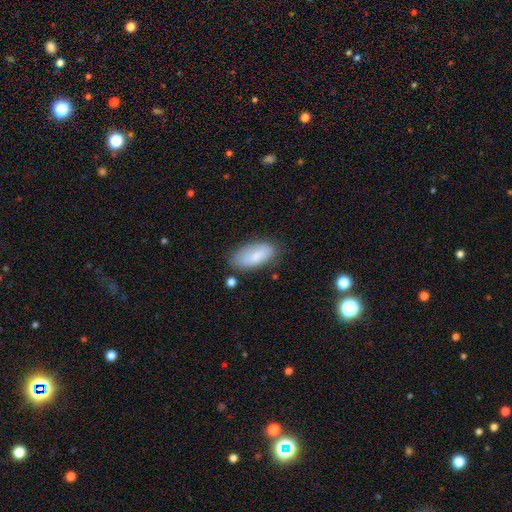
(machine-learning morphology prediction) Smooth or featured?
  - smooth: 77% *
  - featured or disk: 16%
  - star or artifact: 7%
How rounded?
  - in between: 90% *
  - cigar-shaped: 8%
  - round: 2%
Merging?
  - none: 72% *
  - minor disturbance: 20%
  - major disturbance: 5%
  - merger: 3%